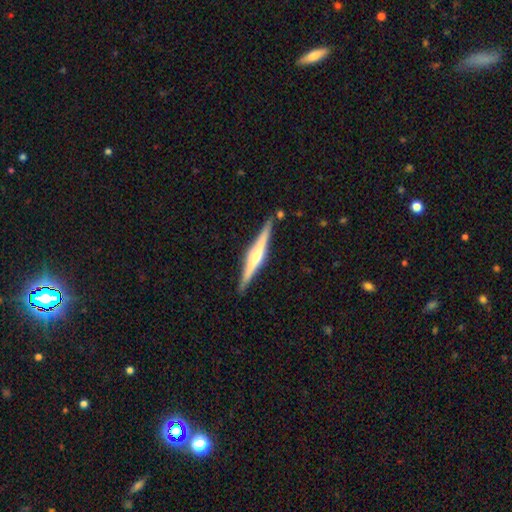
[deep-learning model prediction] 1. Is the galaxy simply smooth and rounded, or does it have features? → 76% featured or disk, 18% smooth, 5% star or artifact.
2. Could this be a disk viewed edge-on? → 98% yes, 2% no.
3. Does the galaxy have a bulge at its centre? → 83% rounded, 9% boxy, 8% none.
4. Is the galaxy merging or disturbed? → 89% none, 8% minor disturbance, 2% merger, 1% major disturbance.